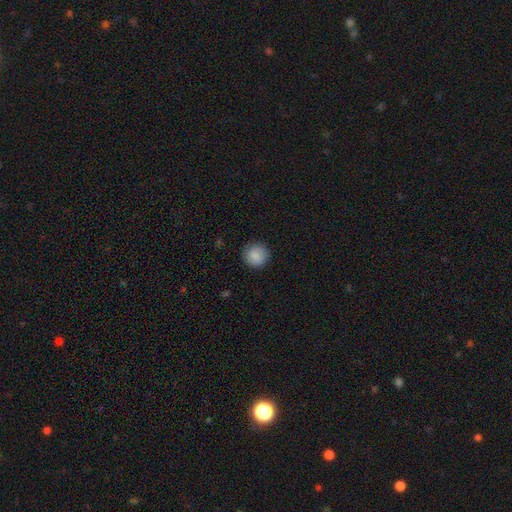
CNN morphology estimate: This appears to be a smooth galaxy with no disk features (88%) that is round (93%). Merging: none (88%).